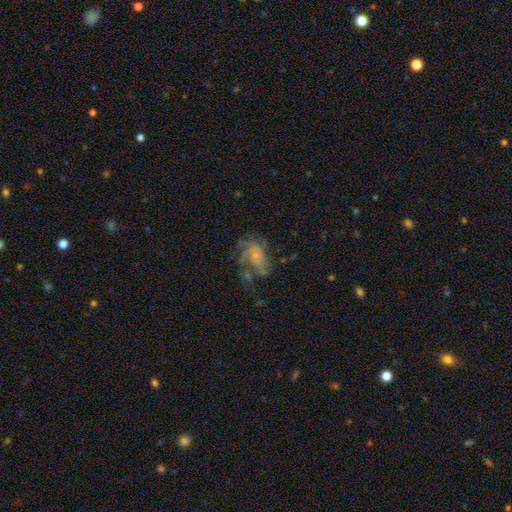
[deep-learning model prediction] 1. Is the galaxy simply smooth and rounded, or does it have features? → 69% featured or disk, 20% smooth, 12% star or artifact.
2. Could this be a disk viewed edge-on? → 97% no, 3% yes.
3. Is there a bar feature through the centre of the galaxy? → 76% no, 20% weak, 4% strong.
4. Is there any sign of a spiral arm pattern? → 78% yes, 22% no.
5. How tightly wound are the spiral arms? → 41% medium, 31% loose, 28% tight.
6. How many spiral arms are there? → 36% can't tell, 22% 3, 17% 2, 12% 4, 8% 1, 6% more than 4.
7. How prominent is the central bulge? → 56% small, 25% none, 15% moderate, 3% large, 1% dominant.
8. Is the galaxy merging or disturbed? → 38% none, 35% major disturbance, 20% minor disturbance, 8% merger.